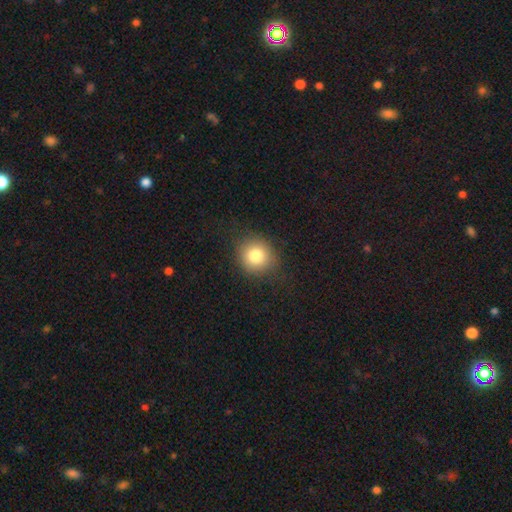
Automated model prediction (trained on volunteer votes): Smooth or featured?
  - smooth: 80% *
  - star or artifact: 11%
  - featured or disk: 9%
How rounded?
  - round: 85% *
  - in between: 14%
  - cigar-shaped: 1%
Merging?
  - none: 85% *
  - minor disturbance: 10%
  - major disturbance: 4%
  - merger: 1%